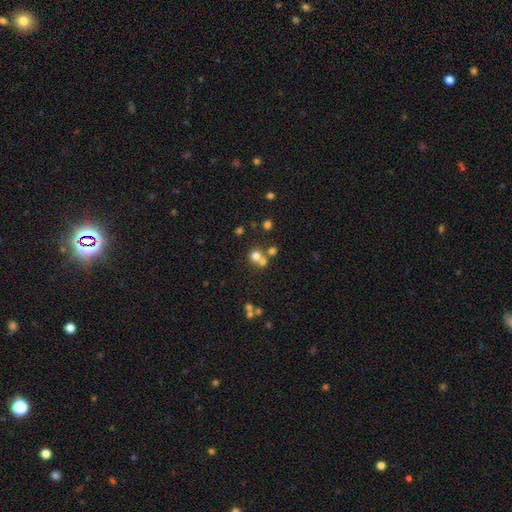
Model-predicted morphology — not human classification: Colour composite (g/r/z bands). It shows a smooth galaxy with no disk features (67%) that is round (89%). Merging: none (53%).